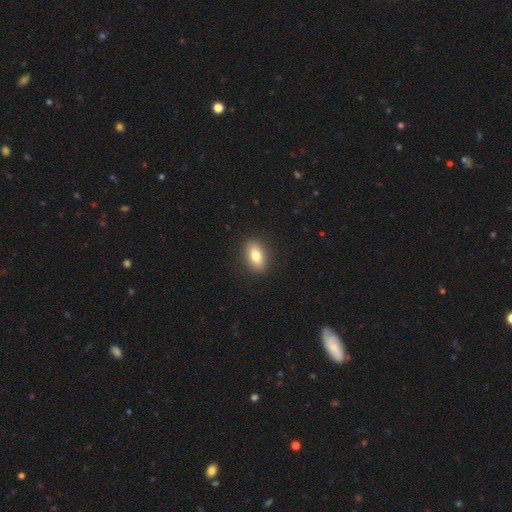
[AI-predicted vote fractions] Morphology: type=smooth (81%); roundness=in between (86%); merging=none (89%).